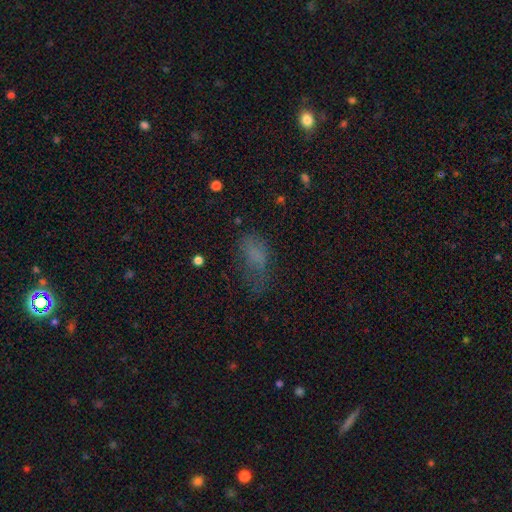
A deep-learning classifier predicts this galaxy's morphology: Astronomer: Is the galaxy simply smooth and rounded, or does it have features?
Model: smooth — 63%.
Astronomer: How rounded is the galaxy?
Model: in between — 85%.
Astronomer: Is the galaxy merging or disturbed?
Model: none — 37% (runner-up: major disturbance, 33%).